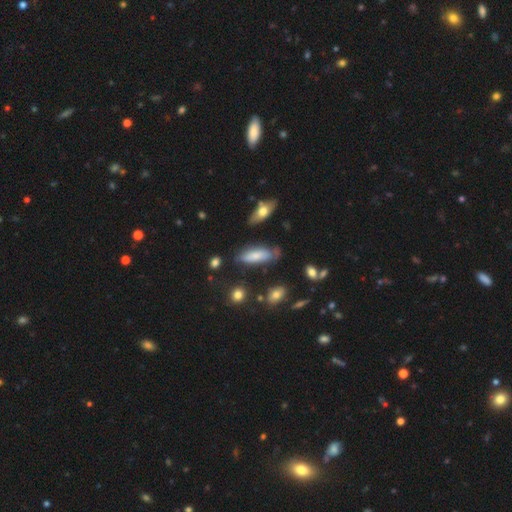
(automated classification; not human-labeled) This appears to be a smooth galaxy with no disk features (63%) that is in between round and cigar-shaped (63%). Merging: none (58%).